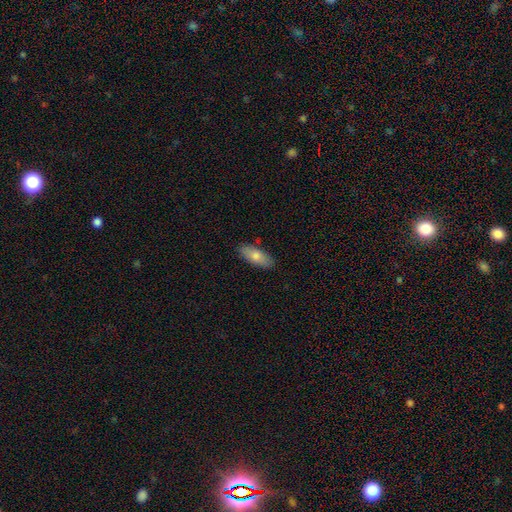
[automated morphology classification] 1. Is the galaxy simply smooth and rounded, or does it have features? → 73% smooth, 21% featured or disk, 6% star or artifact.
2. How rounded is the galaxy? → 80% in between, 18% cigar-shaped, 3% round.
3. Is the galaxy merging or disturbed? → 87% none, 10% minor disturbance, 2% major disturbance, 2% merger.